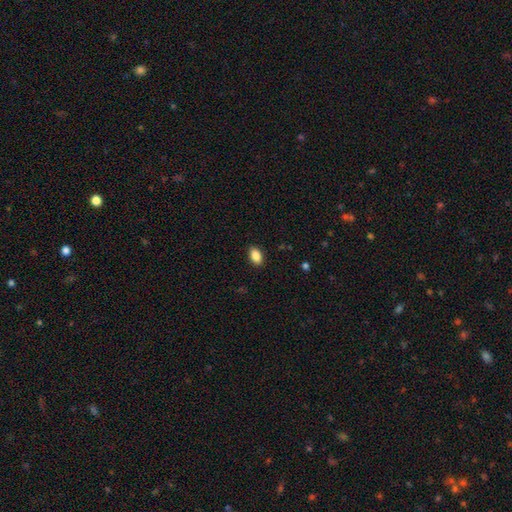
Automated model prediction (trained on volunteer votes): This is clearly a smooth galaxy (87%). How rounded: clearly in between (90%). Merging: clearly none (89%).